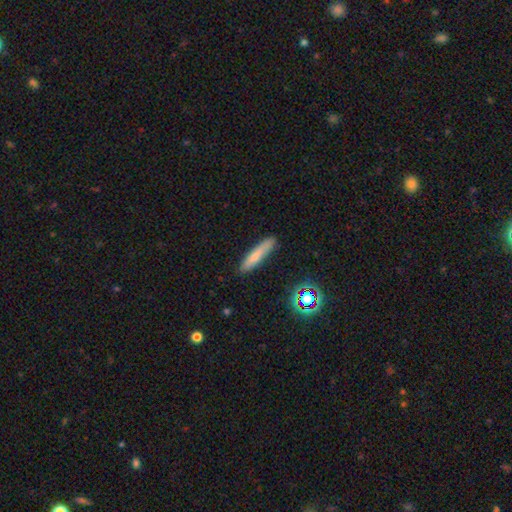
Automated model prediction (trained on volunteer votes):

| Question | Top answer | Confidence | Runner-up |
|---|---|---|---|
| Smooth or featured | smooth | 73% | featured or disk (18%) |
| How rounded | cigar-shaped | 89% | in between (9%) |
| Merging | none | 83% | minor disturbance (13%) |